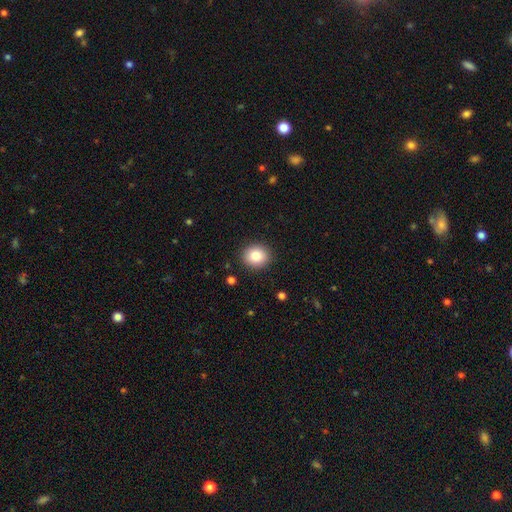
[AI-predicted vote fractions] smooth_or_featured: smooth (p=0.85) [alt: star or artifact p=0.09]
how_rounded: round (p=0.76) [alt: in between p=0.23]
merging: none (p=0.90) [alt: minor disturbance p=0.07]